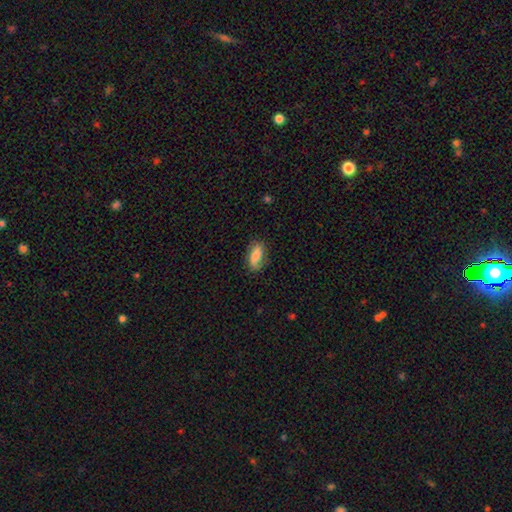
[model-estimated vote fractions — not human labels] Smooth or featured? Predicted: smooth (p=0.68). How rounded? Predicted: in between (p=0.82). Merging? Predicted: none (p=0.72).